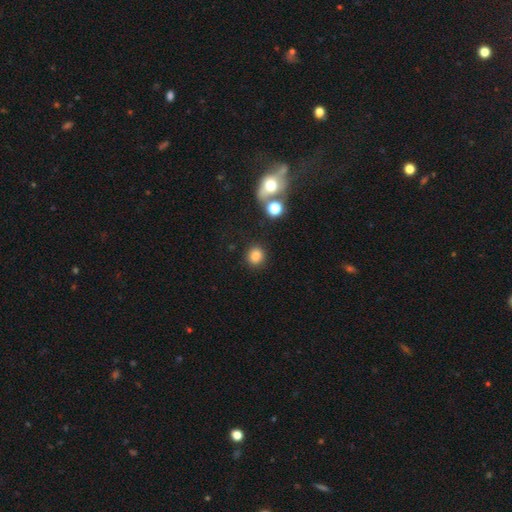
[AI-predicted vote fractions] A smooth galaxy with no disk features (83%) that is round (77%). Merging: none (81%).